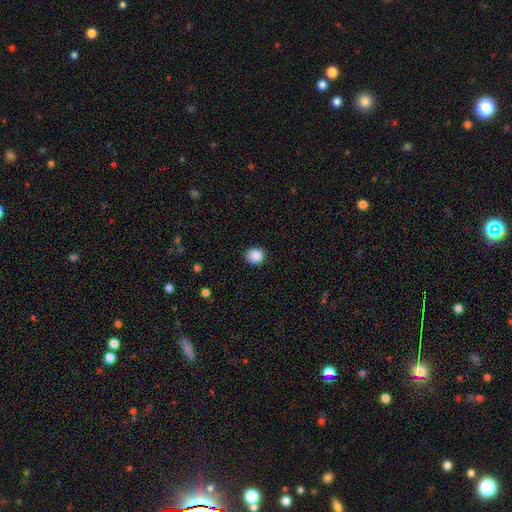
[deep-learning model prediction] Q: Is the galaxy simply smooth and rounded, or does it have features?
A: smooth — 88%.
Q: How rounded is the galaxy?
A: round — 79%.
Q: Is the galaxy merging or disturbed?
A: none — 87%.